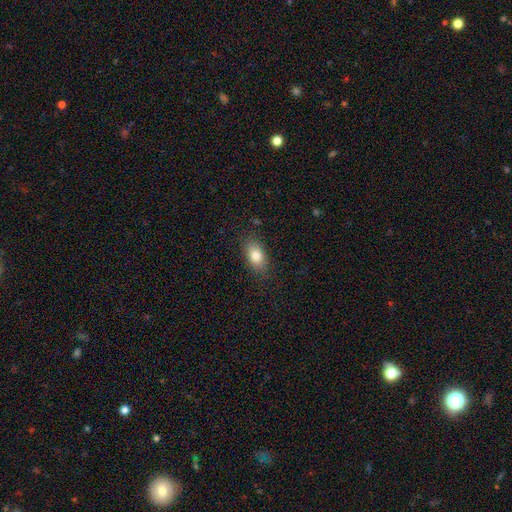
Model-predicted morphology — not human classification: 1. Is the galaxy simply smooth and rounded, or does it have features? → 81% smooth, 11% featured or disk, 8% star or artifact.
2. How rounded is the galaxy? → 89% in between, 8% round, 3% cigar-shaped.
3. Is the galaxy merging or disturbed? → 84% none, 12% minor disturbance, 3% major disturbance, 1% merger.